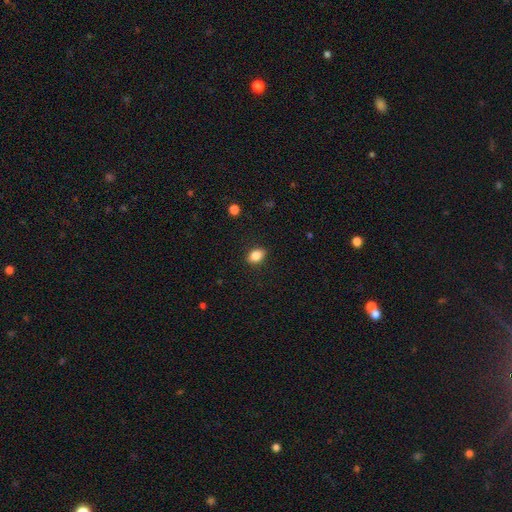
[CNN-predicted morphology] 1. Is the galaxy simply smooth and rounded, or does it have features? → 85% smooth, 9% star or artifact, 6% featured or disk.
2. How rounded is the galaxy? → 78% in between, 20% round, 2% cigar-shaped.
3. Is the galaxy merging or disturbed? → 87% none, 10% minor disturbance, 2% major disturbance, 1% merger.